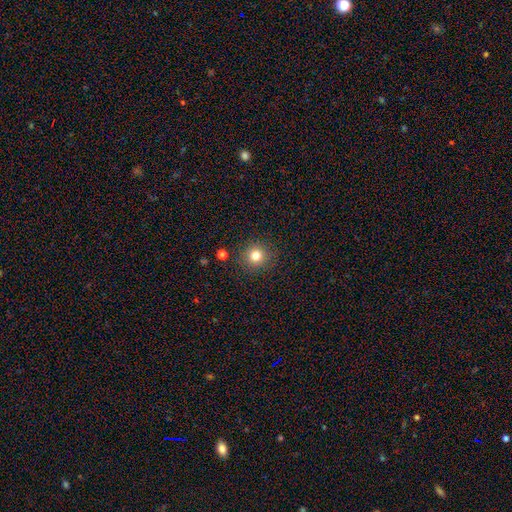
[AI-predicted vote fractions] A smooth galaxy with no disk features (79%) that is round (93%).

Vote fractions:
- Smooth or featured? smooth: 79% / star or artifact: 14% / featured or disk: 7%
- How rounded? round: 93% / in between: 6% / cigar-shaped: 1%
- Merging? none: 89% / minor disturbance: 7% / major disturbance: 2% / merger: 2%